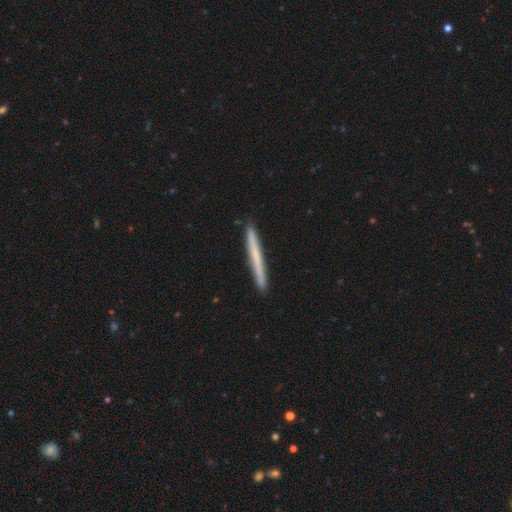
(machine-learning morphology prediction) This appears to be a smooth galaxy with no disk features (56%) that is cigar-shaped (97%). Merging: none (91%).